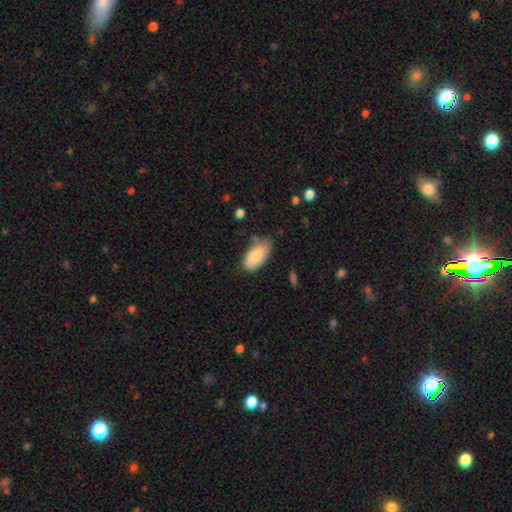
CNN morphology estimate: Q: Smooth or featured?
A: smooth (77%); runner-up: featured or disk (16%)
Q: How rounded?
A: in between (94%); runner-up: round (3%)
Q: Merging?
A: none (65%); runner-up: minor disturbance (26%)